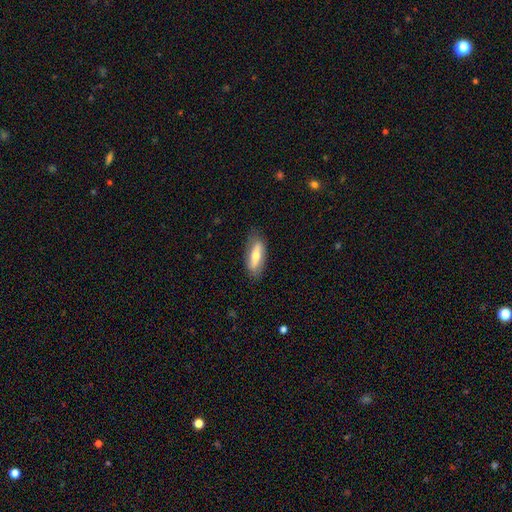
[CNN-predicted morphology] smooth 53%, featured or disk 41%, star or artifact 6%. Down the decision tree: how rounded — in between (64%); merging — none (81%).